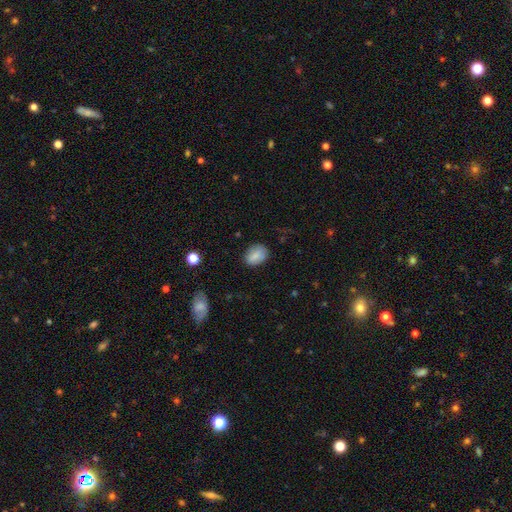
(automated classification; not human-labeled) Smooth or featured? Predicted: smooth (p=0.84). How rounded? Predicted: in between (p=0.74). Merging? Predicted: none (p=0.78).